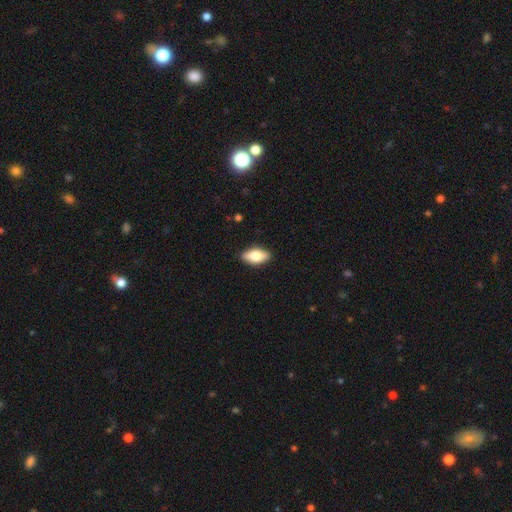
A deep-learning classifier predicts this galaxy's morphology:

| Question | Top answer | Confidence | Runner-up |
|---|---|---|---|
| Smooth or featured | smooth | 75% | featured or disk (19%) |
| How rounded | in between | 89% | cigar-shaped (7%) |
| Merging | none | 88% | minor disturbance (9%) |